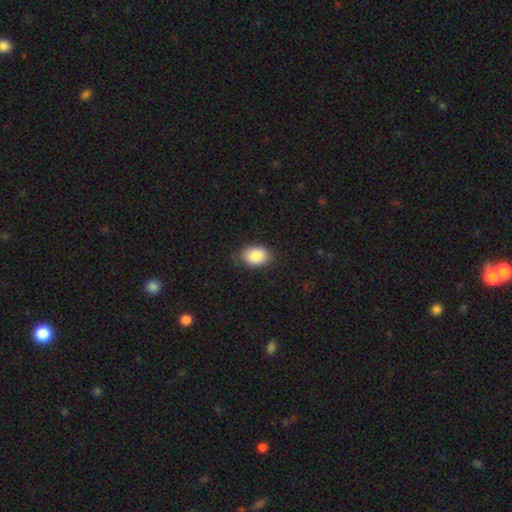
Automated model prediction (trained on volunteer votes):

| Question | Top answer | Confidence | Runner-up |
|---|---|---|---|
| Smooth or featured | smooth | 88% | star or artifact (7%) |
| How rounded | in between | 75% | round (24%) |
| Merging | none | 75% | minor disturbance (20%) |